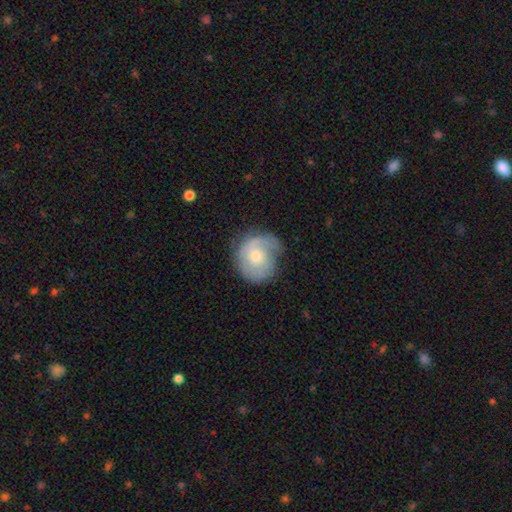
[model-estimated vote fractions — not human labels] featured or disk 63%, smooth 31%, star or artifact 6%. Down the decision tree: edge-on disk — no (98%); bar — no (76%); spiral arms — yes (85%); spiral arm count — 2 (39%); spiral winding — tight (50%); bulge size — moderate (51%); merging — none (62%).